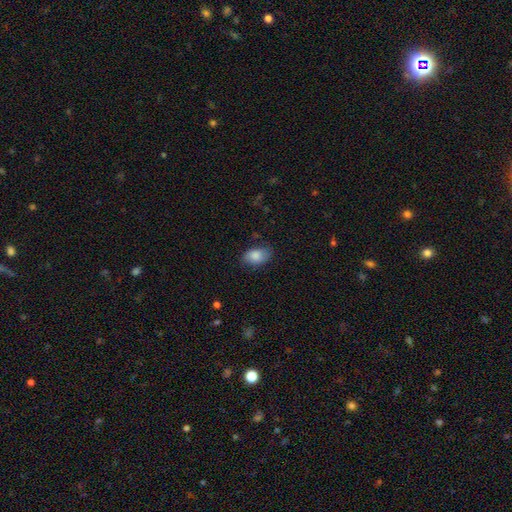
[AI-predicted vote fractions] Smooth or featured? smooth (85%)
How rounded? in between (89%)
Merging? none (76%)